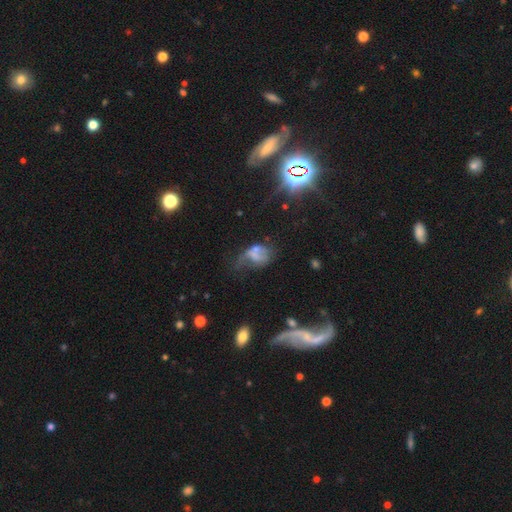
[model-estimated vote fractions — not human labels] Smooth or featured? smooth (42%)
Merging? major disturbance (38%)